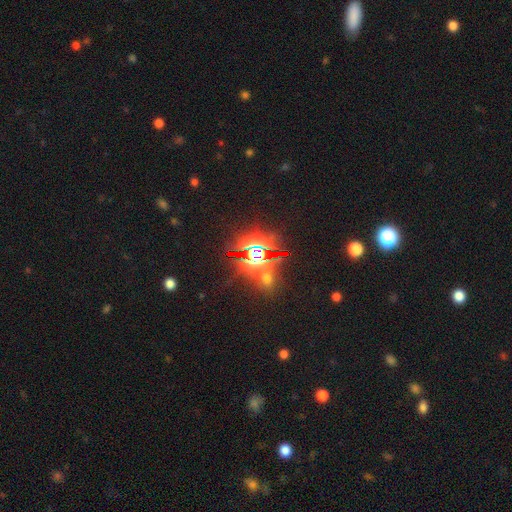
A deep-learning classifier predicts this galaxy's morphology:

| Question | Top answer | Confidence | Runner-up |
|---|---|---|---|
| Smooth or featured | star or artifact | 82% | smooth (10%) |